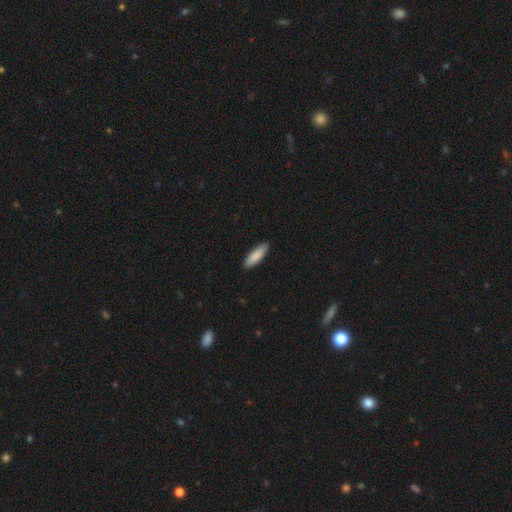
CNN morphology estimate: smooth-or-featured: smooth: 88% | featured or disk: 7% | star or artifact: 5%
  how-rounded: cigar-shaped: 50% | in between: 48% | round: 1%
  merging: none: 90% | minor disturbance: 7% | major disturbance: 1% | merger: 1%